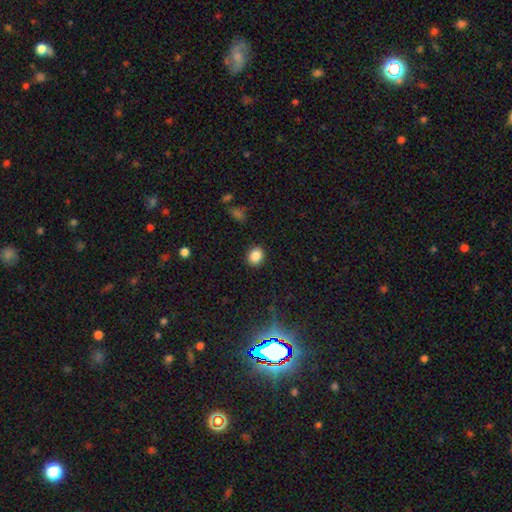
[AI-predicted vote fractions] The model was most divided on "how rounded": round: 63%, in between: 36%, cigar-shaped: 1%. More confident: merging — none (90%); smooth or featured — smooth (85%).